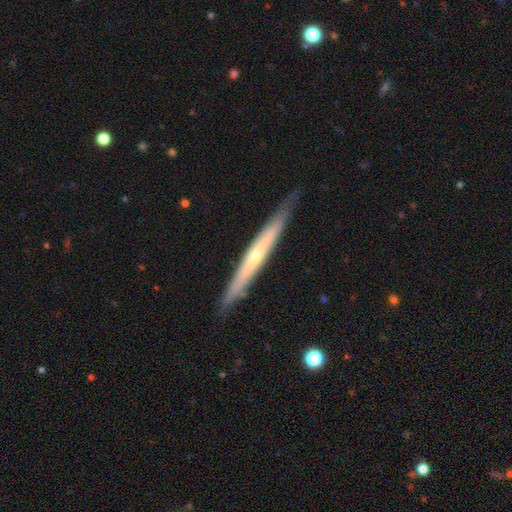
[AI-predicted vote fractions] This appears to be a featured or disk galaxy (60%) viewed edge-on (94%) with no central bulge (51%). Merging: none (86%).